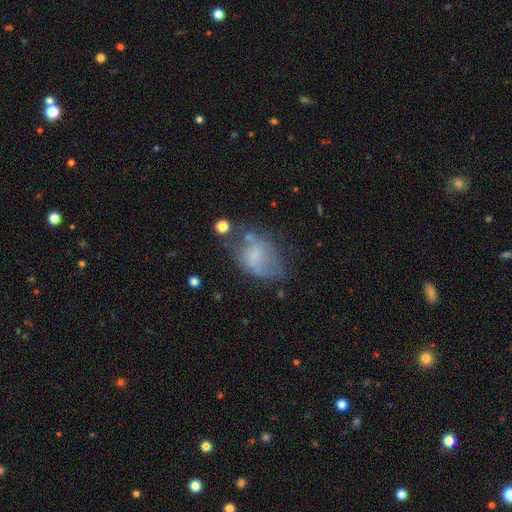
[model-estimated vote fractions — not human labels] smooth_or_featured: smooth (p=0.51) [alt: featured or disk p=0.37]
how_rounded: in between (p=0.81) [alt: round p=0.17]
merging: none (p=0.38) [alt: minor disturbance p=0.30]